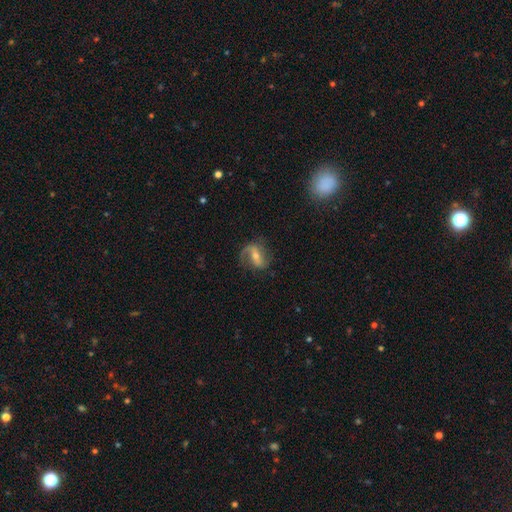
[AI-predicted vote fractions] Smooth or featured? featured or disk (77%)
Edge-on disk? no (95%)
Bar? strong (44%)
Spiral arms? yes (91%)
Spiral winding? loose (45%)
Spiral arm count? 2 (74%)
Bulge size? moderate (51%)
Merging? none (70%)